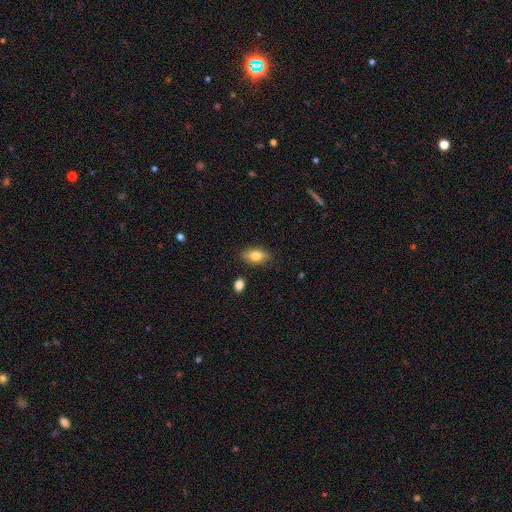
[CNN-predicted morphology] A smooth galaxy with no disk features (77%) that is in between round and cigar-shaped (87%).

Vote fractions:
- Smooth or featured? smooth: 77% / featured or disk: 15% / star or artifact: 8%
- How rounded? in between: 87% / cigar-shaped: 7% / round: 6%
- Merging? none: 84% / minor disturbance: 11% / merger: 2% / major disturbance: 2%